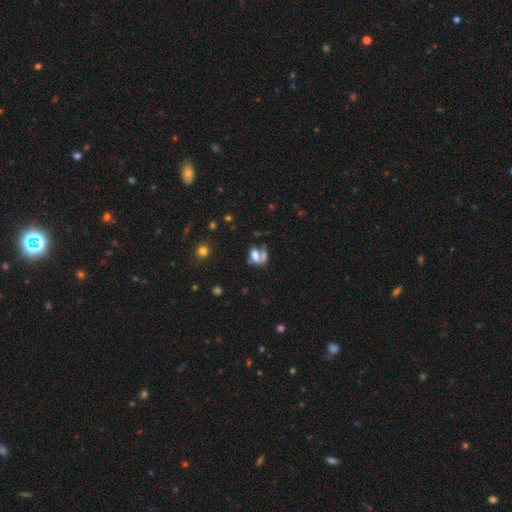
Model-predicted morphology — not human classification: This appears to be a smooth galaxy with no disk features (61%) that is in between round and cigar-shaped (74%). Merging: merger (45%).